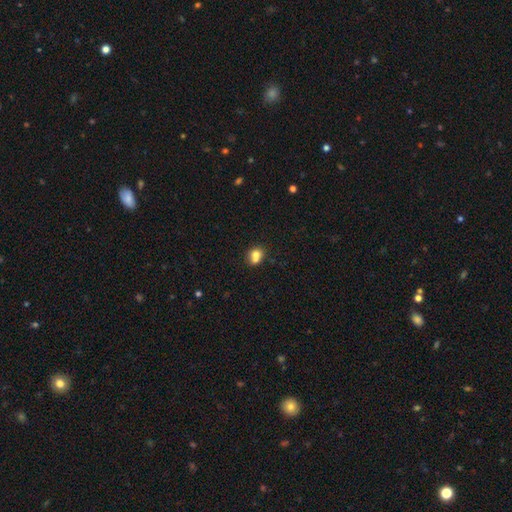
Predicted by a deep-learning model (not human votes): smooth-or-featured: smooth: 74% | featured or disk: 16% | star or artifact: 11%
  how-rounded: round: 61% | in between: 37% | cigar-shaped: 1%
  merging: merger: 48% | none: 37% | minor disturbance: 11% | major disturbance: 4%